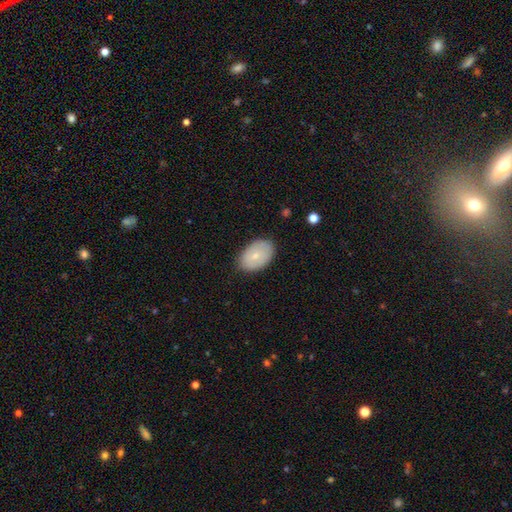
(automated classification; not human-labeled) This is likely a smooth galaxy (71%). How rounded: clearly in between (89%). Merging: clearly none (83%).